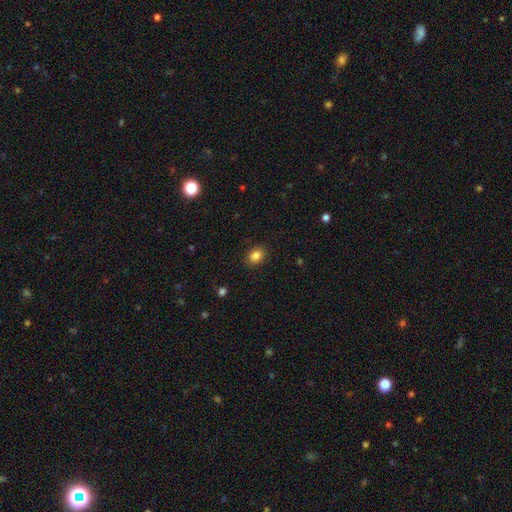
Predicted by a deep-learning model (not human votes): A smooth galaxy with no disk features (85%) that is in between round and cigar-shaped (64%). Merging: none (89%).